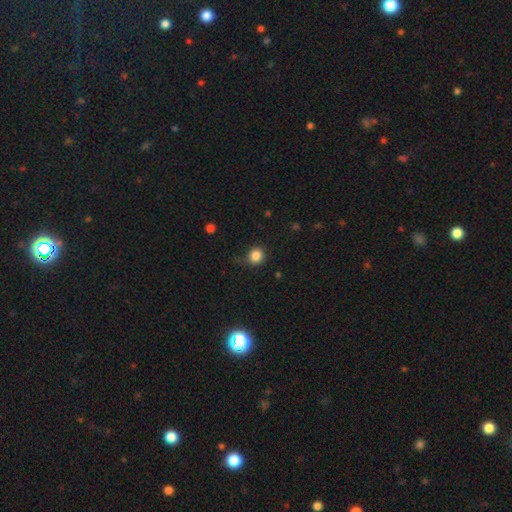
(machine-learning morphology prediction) Smooth or featured? Predicted: smooth (p=0.84). How rounded? Predicted: round (p=0.86). Merging? Predicted: none (p=0.73).